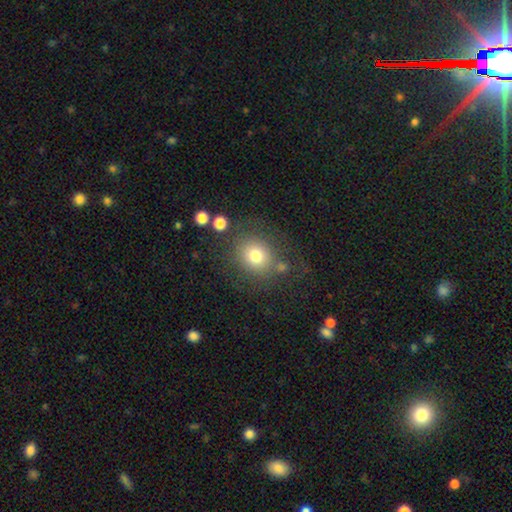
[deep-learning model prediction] A smooth galaxy with no disk features (76%) that is round (76%).

Vote fractions:
- Smooth or featured? smooth: 76% / star or artifact: 12% / featured or disk: 12%
- How rounded? round: 76% / in between: 23% / cigar-shaped: 1%
- Merging? none: 71% / minor disturbance: 14% / major disturbance: 8% / merger: 6%